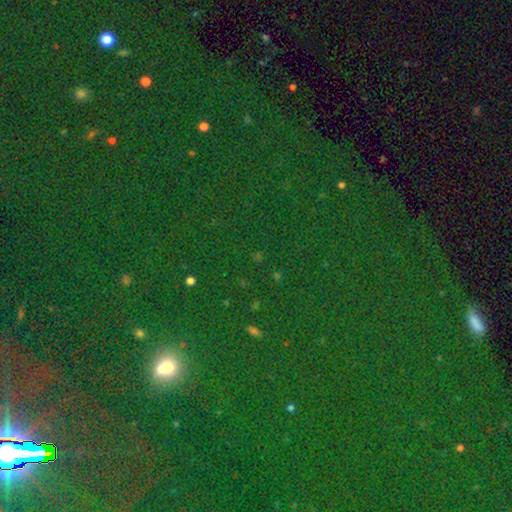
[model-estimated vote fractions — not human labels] A star or artifact, not a galaxy (70%).

Vote fractions:
- Smooth or featured? star or artifact: 70% / smooth: 21% / featured or disk: 9%